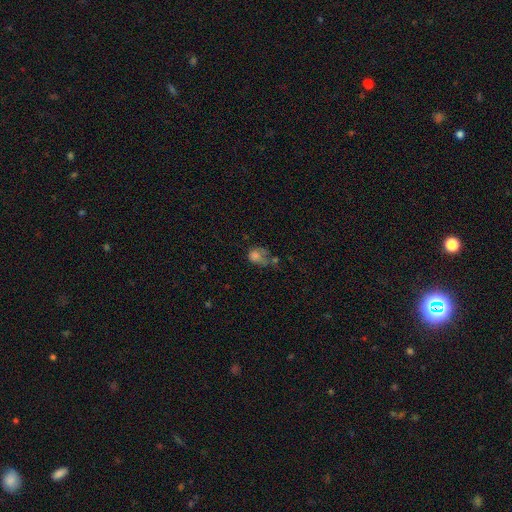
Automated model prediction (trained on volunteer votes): This appears to be a smooth galaxy with no disk features (66%) that is in between round and cigar-shaped (54%). Merging: major disturbance (34%).